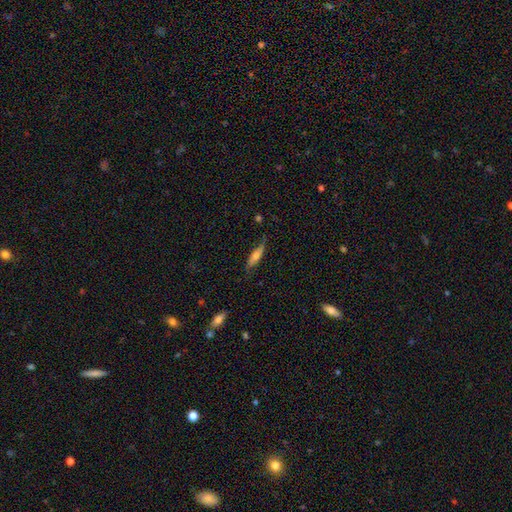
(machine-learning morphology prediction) smooth-or-featured: smooth: 59% | featured or disk: 34% | star or artifact: 7%
  how-rounded: cigar-shaped: 66% | in between: 32% | round: 2%
  merging: none: 65% | minor disturbance: 27% | major disturbance: 7% | merger: 2%